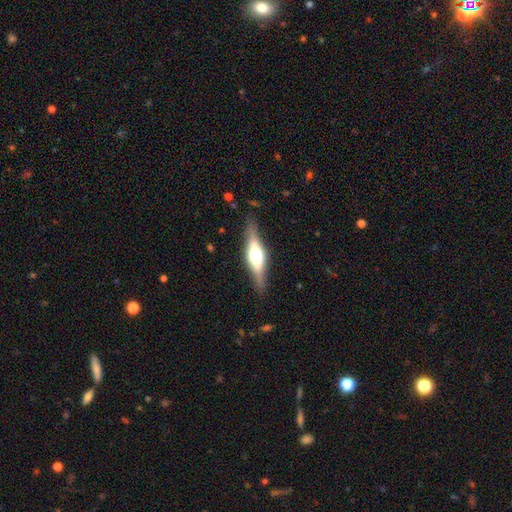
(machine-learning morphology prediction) Q: Smooth or featured?
A: featured or disk (68%); runner-up: smooth (26%)
Q: Edge-on disk?
A: yes (95%); runner-up: no (5%)
Q: Edge-on bulge?
A: rounded (89%); runner-up: boxy (9%)
Q: Merging?
A: none (85%); runner-up: minor disturbance (11%)